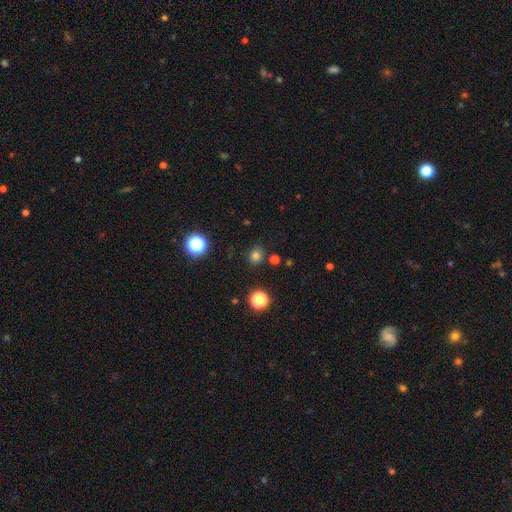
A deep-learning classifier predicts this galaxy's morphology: A smooth galaxy with no disk features (76%) that is round (73%). Merging: none (83%).